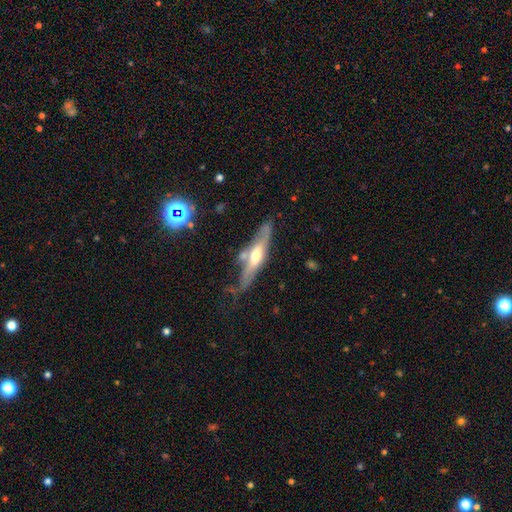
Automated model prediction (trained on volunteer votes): smooth_or_featured: featured or disk (p=0.62) [alt: smooth p=0.32]
disk_edge_on: yes (p=0.73) [alt: no p=0.27]
merging: none (p=0.54) [alt: minor disturbance p=0.24]